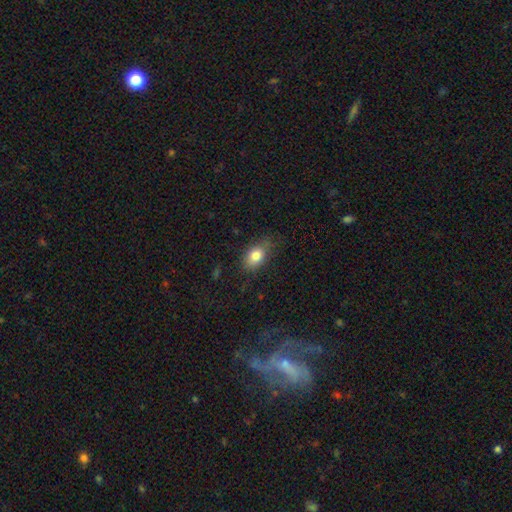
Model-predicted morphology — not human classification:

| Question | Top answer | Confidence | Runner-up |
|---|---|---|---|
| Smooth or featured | smooth | 81% | featured or disk (10%) |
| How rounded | in between | 82% | round (15%) |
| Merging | none | 72% | minor disturbance (21%) |